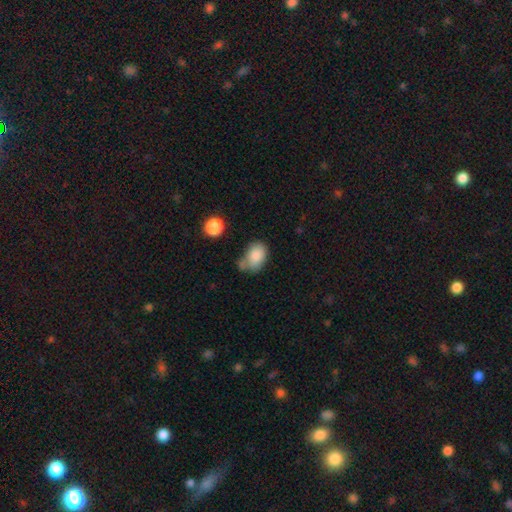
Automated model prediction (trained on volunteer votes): A smooth galaxy with no disk features (85%) that is in between round and cigar-shaped (79%).

Vote fractions:
- Smooth or featured? smooth: 85% / star or artifact: 8% / featured or disk: 7%
- How rounded? in between: 79% / round: 19% / cigar-shaped: 1%
- Merging? none: 49% / minor disturbance: 24% / merger: 18% / major disturbance: 9%